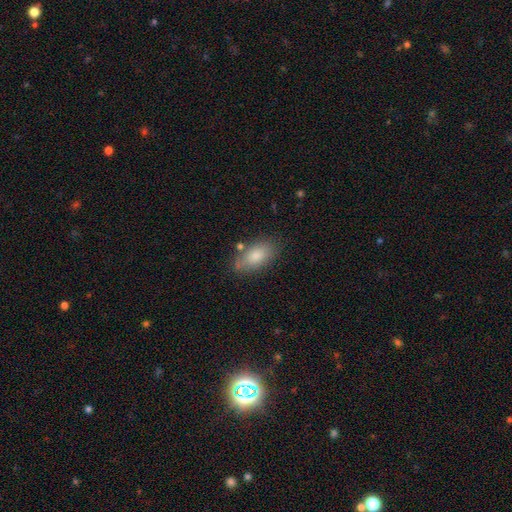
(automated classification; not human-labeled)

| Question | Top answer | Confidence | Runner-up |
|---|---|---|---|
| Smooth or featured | smooth | 82% | featured or disk (12%) |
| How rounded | in between | 90% | cigar-shaped (6%) |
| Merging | none | 72% | minor disturbance (18%) |